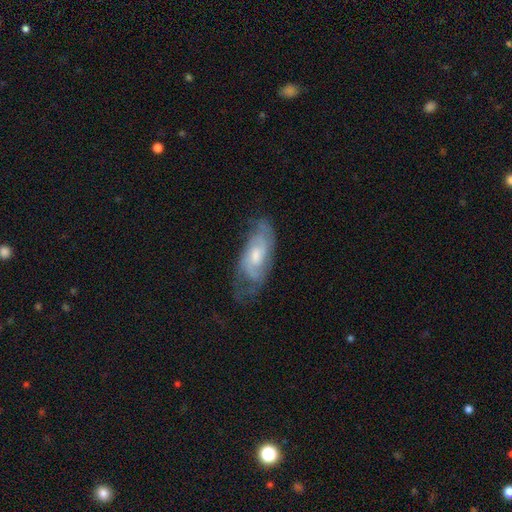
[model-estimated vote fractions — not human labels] Smooth or featured: featured or disk — 70% (smooth — 24%)
Edge-on disk: no — 90% (yes — 10%)
Bar: no — 55% (weak — 40%)
Spiral arms: yes — 87% (no — 13%)
Spiral winding: medium — 43% (tight — 41%)
Spiral arm count: 2 — 45% (can't tell — 37%)
Bulge size: moderate — 55% (small — 33%)
Merging: none — 54% (minor disturbance — 28%)